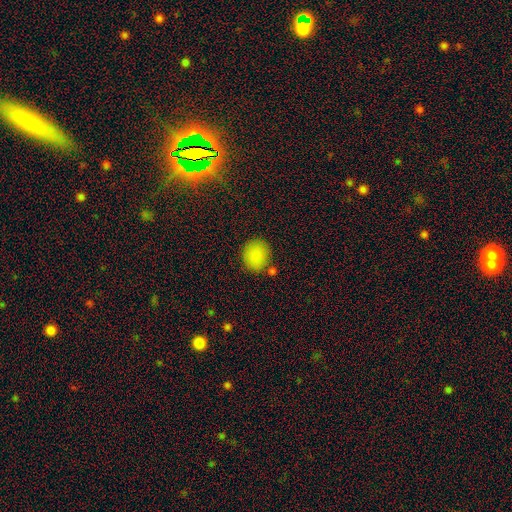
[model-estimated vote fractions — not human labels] A smooth galaxy with no disk features (87%) that is round (69%). Merging: none (75%).